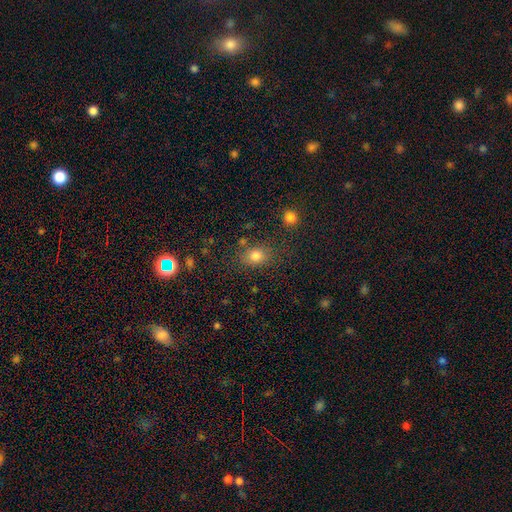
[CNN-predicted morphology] Smooth or featured? Predicted: smooth (p=0.80). How rounded? Predicted: in between (p=0.53). Merging? Predicted: none (p=0.75).